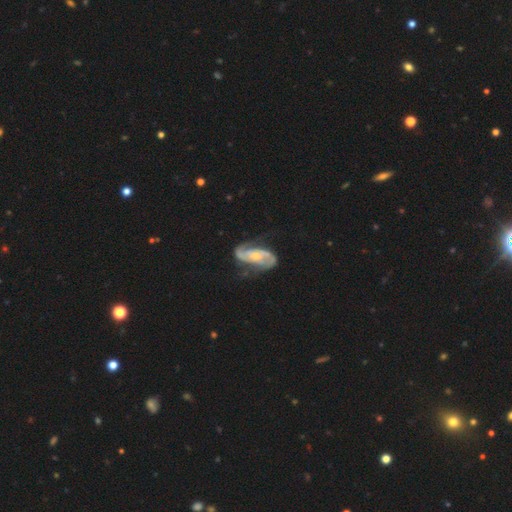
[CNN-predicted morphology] smooth_or_featured: featured or disk (p=0.88) [alt: smooth p=0.07]
disk_edge_on: no (p=0.96) [alt: yes p=0.04]
bar: no (p=0.47) [alt: weak p=0.34]
has_spiral_arms: yes (p=0.97) [alt: no p=0.03]
spiral_winding: medium (p=0.49) [alt: loose p=0.27]
spiral_arm_count: 2 (p=0.91) [alt: can't tell p=0.03]
bulge_size: small (p=0.57) [alt: moderate p=0.35]
merging: none (p=0.69) [alt: minor disturbance p=0.18]